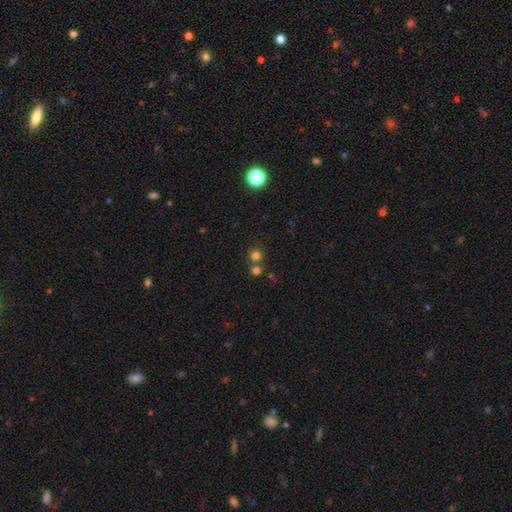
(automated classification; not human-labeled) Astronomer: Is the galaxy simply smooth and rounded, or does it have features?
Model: smooth — 73%.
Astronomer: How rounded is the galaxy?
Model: round — 92%.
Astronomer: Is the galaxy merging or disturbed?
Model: none — 66%.